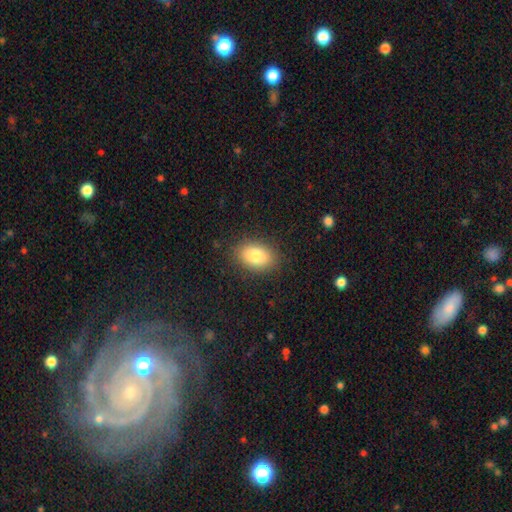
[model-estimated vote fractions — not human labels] Morphology: type=smooth (82%); roundness=in between (85%); merging=none (86%).